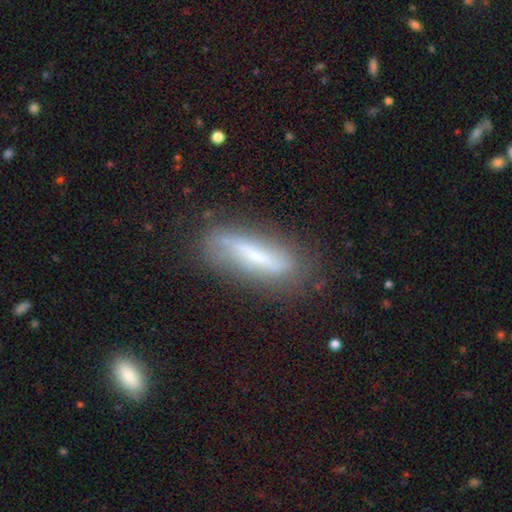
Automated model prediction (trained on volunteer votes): Morphology: type=featured or disk (49%); merging=none (71%).